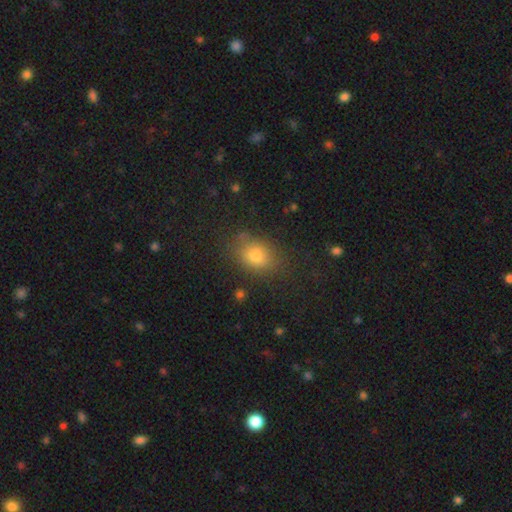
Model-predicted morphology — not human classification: smooth 76%, star or artifact 14%, featured or disk 10%. Down the decision tree: how rounded — in between (63%); merging — none (77%).